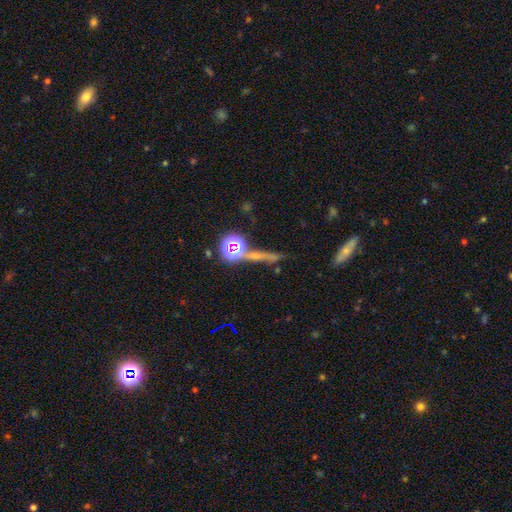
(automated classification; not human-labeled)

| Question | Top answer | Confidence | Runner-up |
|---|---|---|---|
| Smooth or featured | star or artifact | 46% | smooth (28%) |